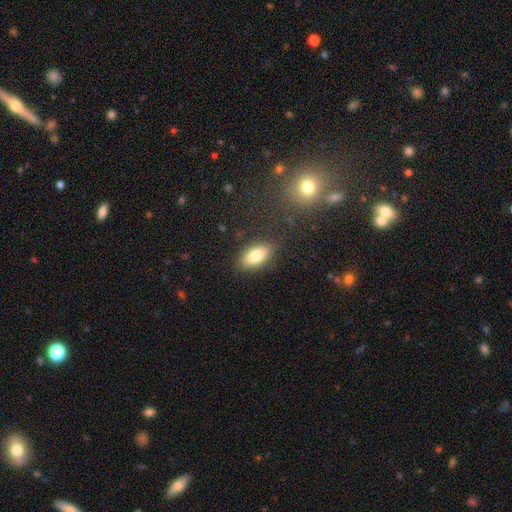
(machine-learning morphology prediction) A smooth galaxy with no disk features (81%) that is in between round and cigar-shaped (88%).

Vote fractions:
- Smooth or featured? smooth: 81% / featured or disk: 11% / star or artifact: 8%
- How rounded? in between: 88% / cigar-shaped: 8% / round: 4%
- Merging? none: 83% / minor disturbance: 12% / major disturbance: 3% / merger: 2%